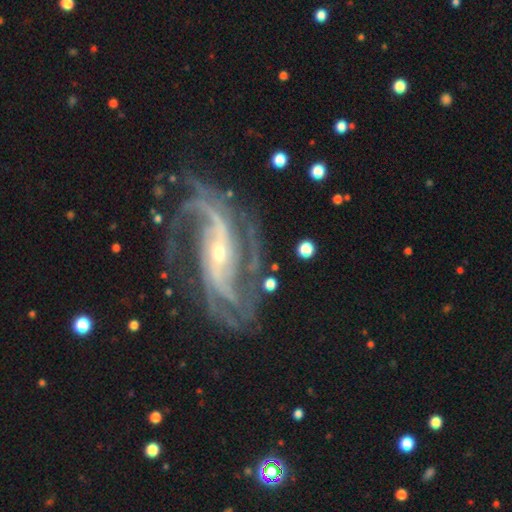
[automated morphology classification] Smooth or featured? Predicted: featured or disk (p=0.92). Edge-on disk? Predicted: no (p=0.96). Bar? Predicted: no (p=0.37). Spiral arms? Predicted: yes (p=0.98). Spiral winding? Predicted: medium (p=0.50). Spiral arm count? Predicted: 2 (p=0.52). Bulge size? Predicted: small (p=0.77). Merging? Predicted: none (p=0.69).